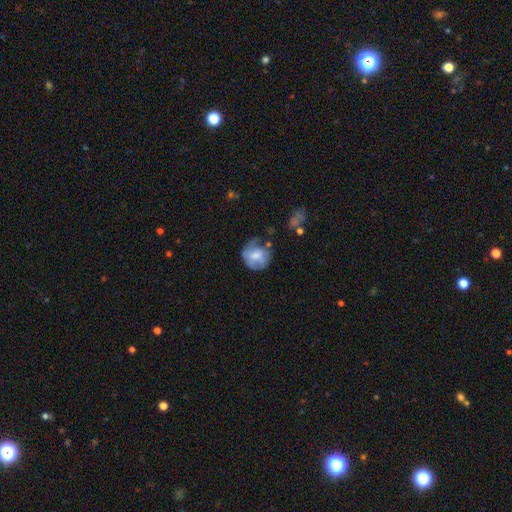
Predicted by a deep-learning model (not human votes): Smooth or featured: smooth — 60% (featured or disk — 33%)
How rounded: round — 81% (in between — 18%)
Merging: none — 45% (minor disturbance — 32%)